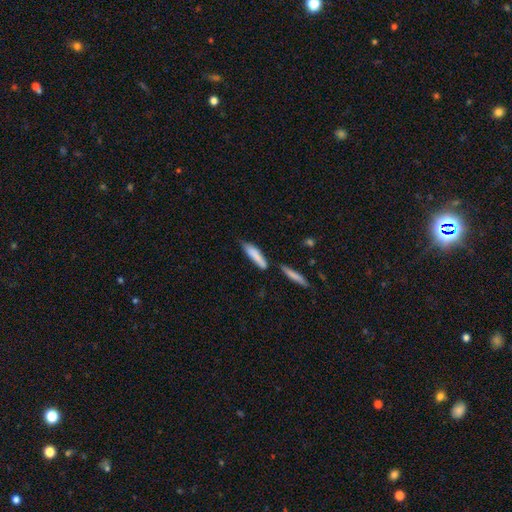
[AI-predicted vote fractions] Q: Smooth or featured?
A: smooth (81%); runner-up: featured or disk (13%)
Q: How rounded?
A: cigar-shaped (74%); runner-up: in between (25%)
Q: Merging?
A: none (55%); runner-up: minor disturbance (22%)